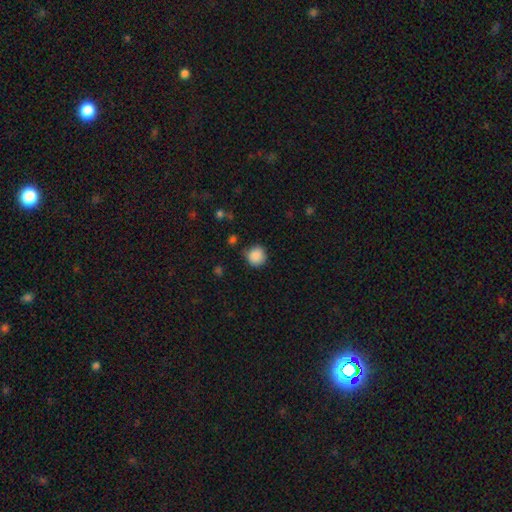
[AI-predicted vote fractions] Smooth or featured? Predicted: smooth (p=0.88). How rounded? Predicted: round (p=0.91). Merging? Predicted: none (p=0.81).